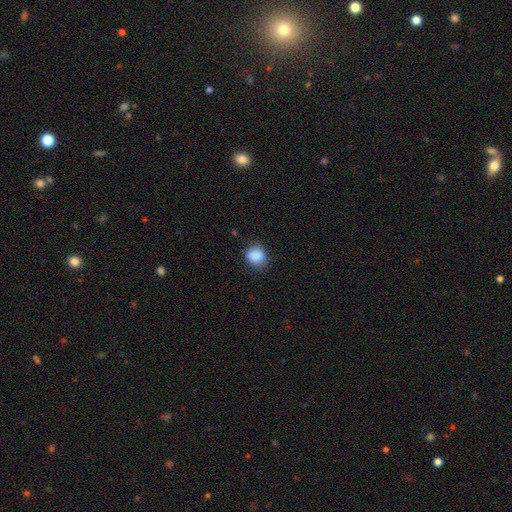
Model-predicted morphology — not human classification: Smooth or featured? Predicted: smooth (p=0.88). How rounded? Predicted: round (p=0.72). Merging? Predicted: none (p=0.76).